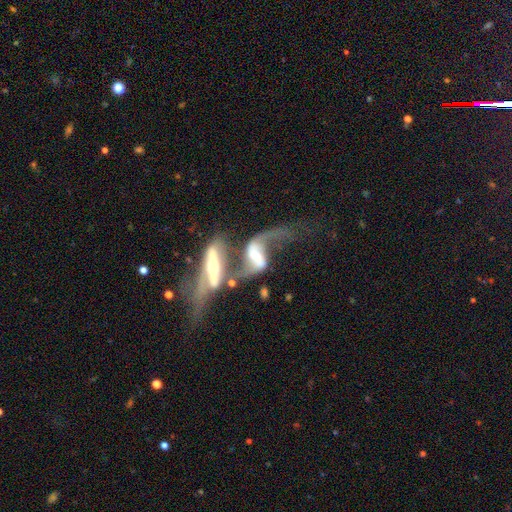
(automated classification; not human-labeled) smooth_or_featured: featured or disk (p=0.82) [alt: smooth p=0.12]
disk_edge_on: no (p=0.89) [alt: yes p=0.11]
bar: strong (p=0.46) [alt: weak p=0.34]
has_spiral_arms: yes (p=0.86) [alt: no p=0.14]
spiral_winding: loose (p=0.84) [alt: medium p=0.12]
spiral_arm_count: 2 (p=0.83) [alt: 1 p=0.09]
bulge_size: moderate (p=0.47) [alt: small p=0.26]
merging: merger (p=0.68) [alt: none p=0.14]